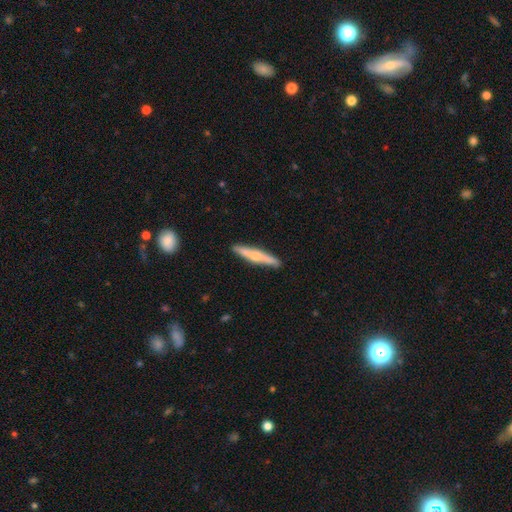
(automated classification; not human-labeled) This is possibly a featured or disk galaxy (48%). Merging: clearly none (88%).